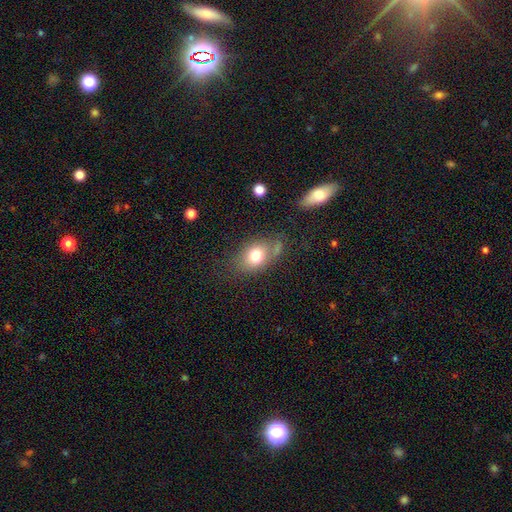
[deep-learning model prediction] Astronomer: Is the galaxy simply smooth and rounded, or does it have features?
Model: smooth — 75%.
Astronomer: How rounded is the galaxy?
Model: in between — 70%.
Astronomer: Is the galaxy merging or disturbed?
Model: none — 60%.